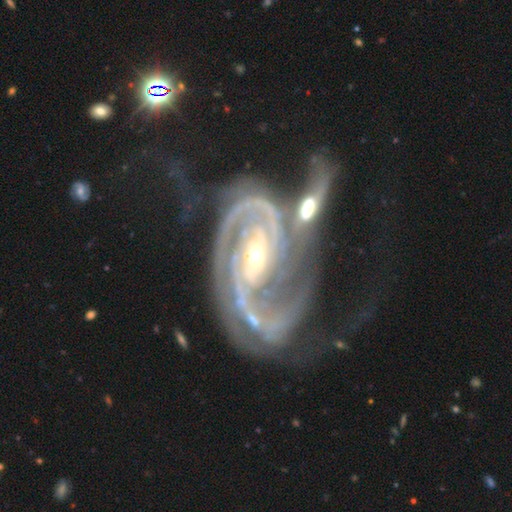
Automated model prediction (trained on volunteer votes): This is clearly a featured or disk galaxy (93%). It is clearly not viewed edge-on (97%). Bar: marginally strong (35%). Spiral arm pattern: clearly yes (98%). Spiral arm count: likely 2 (75%). Spiral winding: possibly medium (46%). Central bulge: likely small (63%). Merging: marginally none (30%).